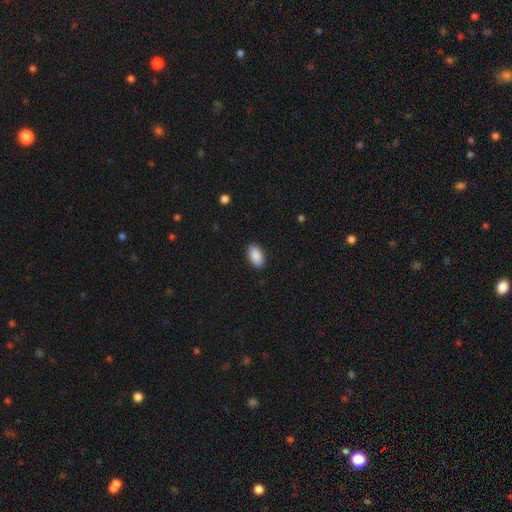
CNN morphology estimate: Smooth or featured? smooth (90%)
How rounded? in between (95%)
Merging? none (90%)